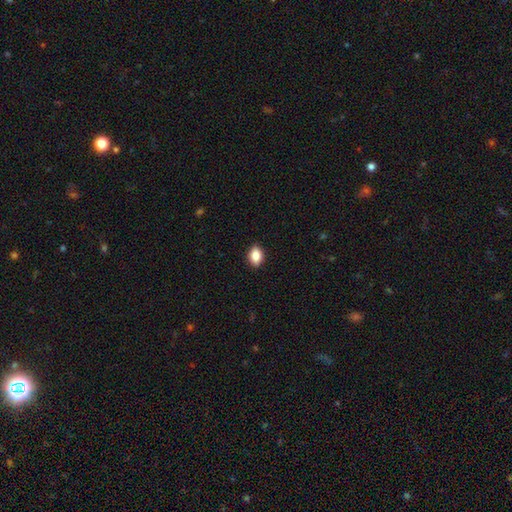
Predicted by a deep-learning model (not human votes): The model was most divided on "how rounded": in between: 81%, round: 17%, cigar-shaped: 2%. More confident: merging — none (89%); smooth or featured — smooth (86%).